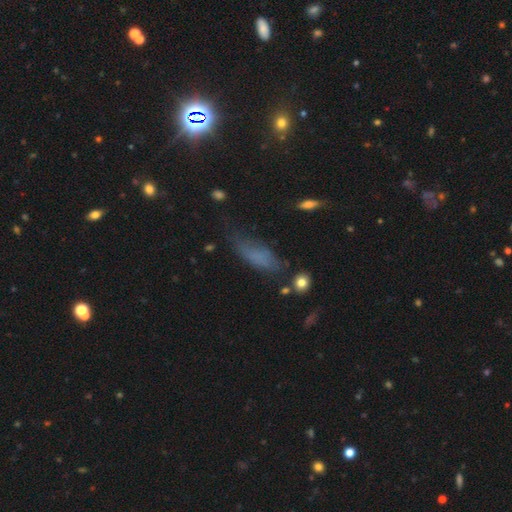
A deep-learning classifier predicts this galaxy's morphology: This is likely a smooth galaxy (64%). How rounded: likely in between (65%). Merging: marginally none (45%).